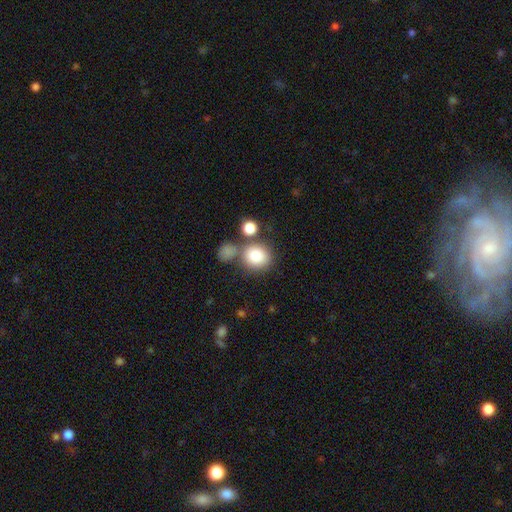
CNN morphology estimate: Overall: smooth (83%). How rounded: round (79%). Merging: none (60%; merger 23%).